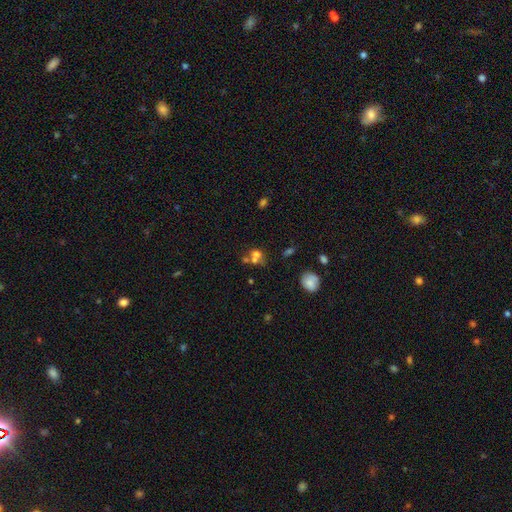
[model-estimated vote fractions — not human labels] Morphology: type=smooth (60%); roundness=round (68%); merging=merger (53%).